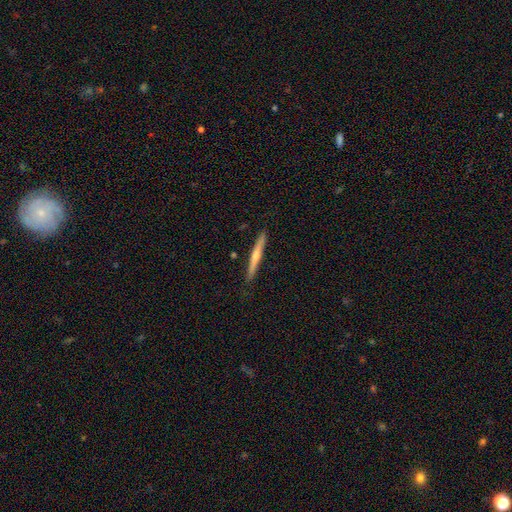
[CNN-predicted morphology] Smooth or featured? featured or disk (65%)
Edge-on disk? yes (97%)
Edge-on bulge? rounded (75%)
Merging? none (90%)